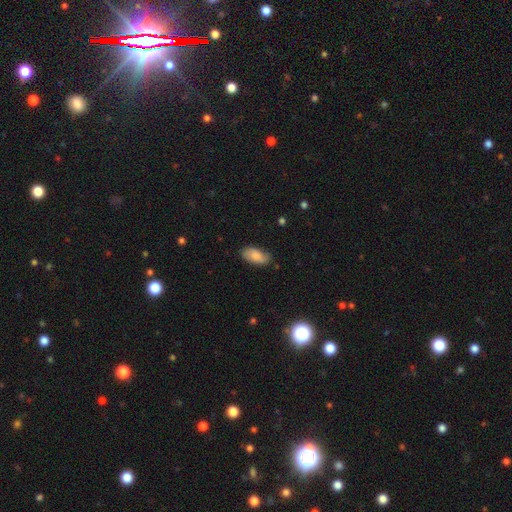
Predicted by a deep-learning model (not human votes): Overall: smooth (70%). How rounded: in between (93%). Merging: none (74%).